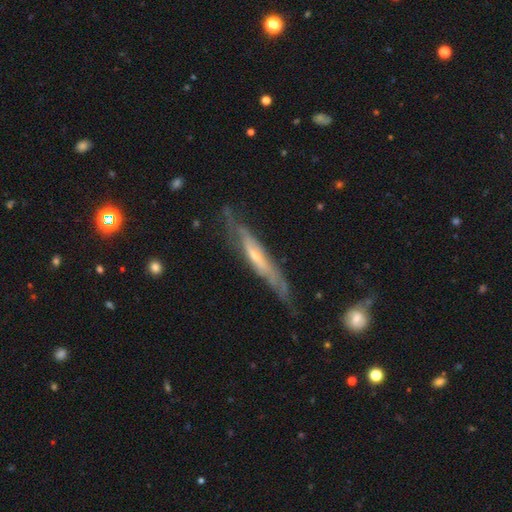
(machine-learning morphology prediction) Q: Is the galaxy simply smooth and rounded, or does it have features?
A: featured or disk — 75%.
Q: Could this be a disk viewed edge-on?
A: yes — 73%.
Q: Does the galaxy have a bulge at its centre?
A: rounded — 58%.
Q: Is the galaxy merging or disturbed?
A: none — 63%.